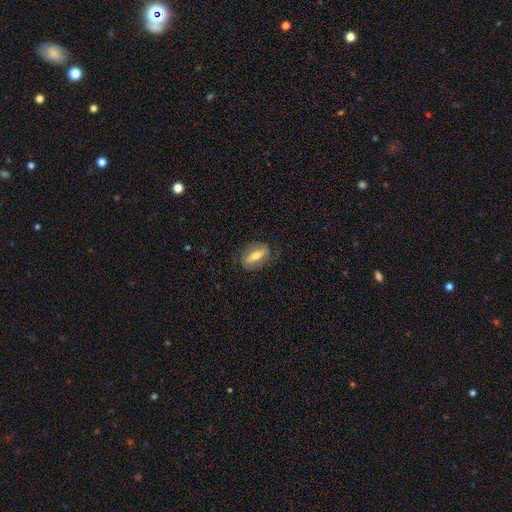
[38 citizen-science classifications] Smooth or featured?
  - featured or disk: 76% *
  - smooth: 24%
  - star or artifact: 0%
Edge-on disk?
  - no: 55% *
  - yes: 45%
Bar?
  - strong: 56% *
  - no: 25%
  - weak: 19%
Spiral arms?
  - no: 62% *
  - yes: 38%
Bulge size?
  - moderate: 69% *
  - small: 25%
  - dominant: 6%
  - large: 0%
  - none: 0%
Merging?
  - none: 76% *
  - minor disturbance: 13%
  - major disturbance: 8%
  - merger: 3%